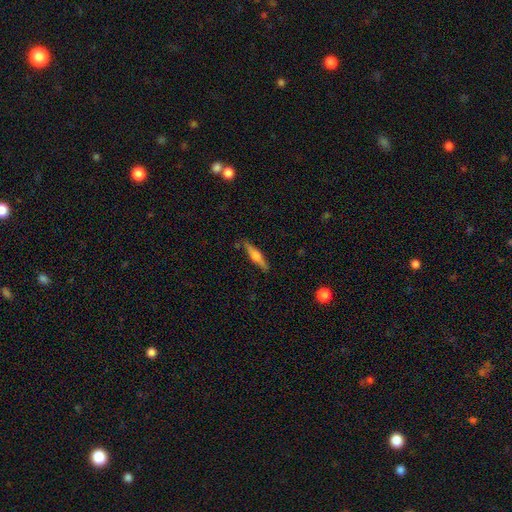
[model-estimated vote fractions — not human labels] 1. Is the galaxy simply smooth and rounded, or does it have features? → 58% featured or disk, 36% smooth, 6% star or artifact.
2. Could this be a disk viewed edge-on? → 96% yes, 4% no.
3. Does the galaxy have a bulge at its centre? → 87% rounded, 8% boxy, 5% none.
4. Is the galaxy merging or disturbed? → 85% none, 11% minor disturbance, 2% major disturbance, 2% merger.